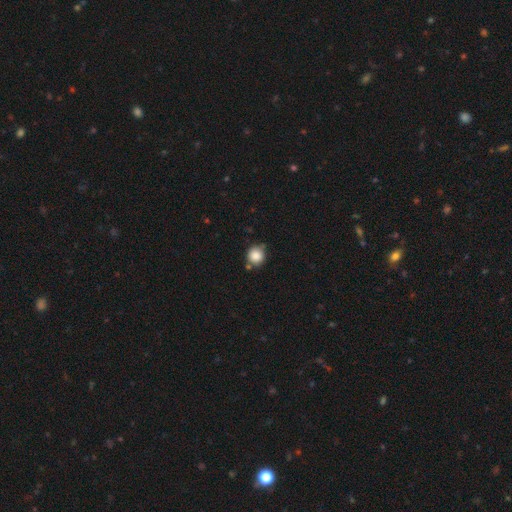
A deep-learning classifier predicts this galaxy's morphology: The model was most divided on "merging": none: 70%, minor disturbance: 19%, merger: 8%, major disturbance: 4%. More confident: how rounded — round (90%); smooth or featured — smooth (86%).